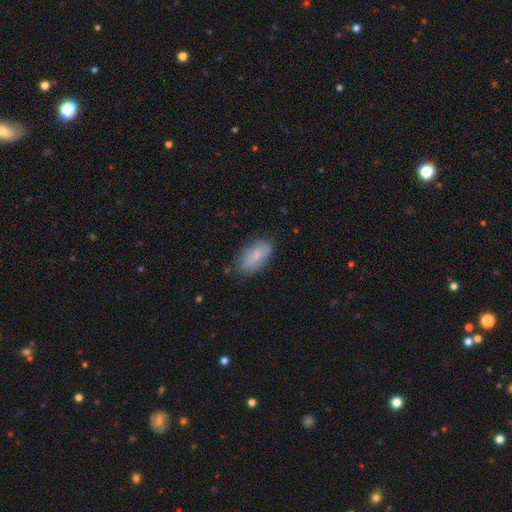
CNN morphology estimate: smooth_or_featured: smooth (p=0.77) [alt: featured or disk p=0.16]
how_rounded: in between (p=0.92) [alt: cigar-shaped p=0.05]
merging: none (p=0.73) [alt: minor disturbance p=0.20]